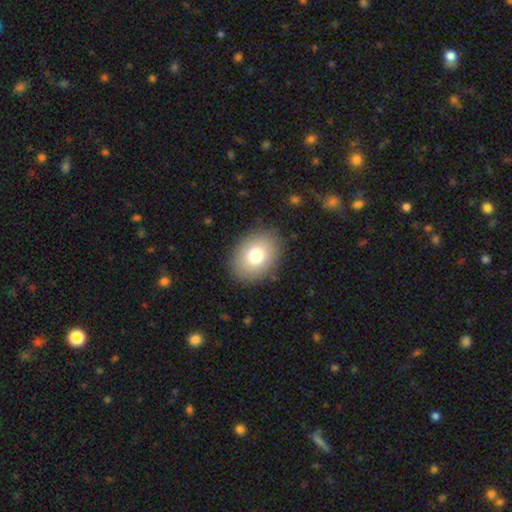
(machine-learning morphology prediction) A smooth galaxy with no disk features (78%) that is in between round and cigar-shaped (65%).

Vote fractions:
- Smooth or featured? smooth: 78% / featured or disk: 13% / star or artifact: 9%
- How rounded? in between: 65% / round: 34% / cigar-shaped: 1%
- Merging? none: 87% / minor disturbance: 8% / major disturbance: 3% / merger: 1%